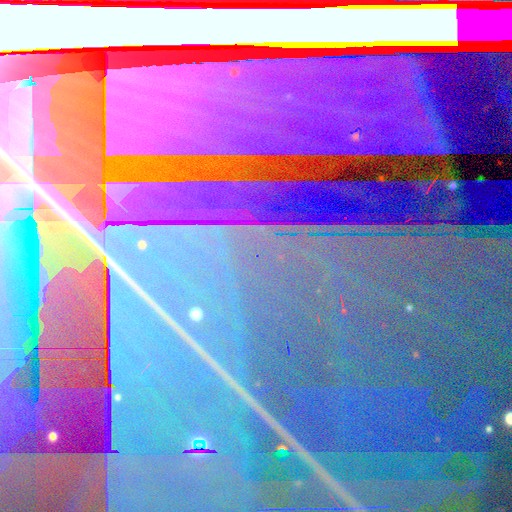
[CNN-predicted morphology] type=star or artifact (89%).